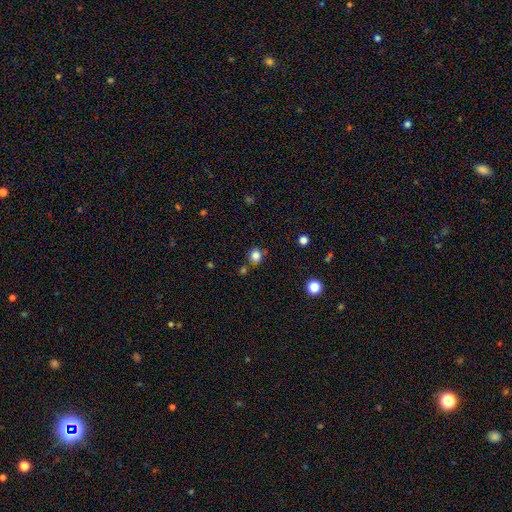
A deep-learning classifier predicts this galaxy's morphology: Smooth or featured?
  - smooth: 82% *
  - star or artifact: 13%
  - featured or disk: 5%
How rounded?
  - round: 86% *
  - in between: 13%
  - cigar-shaped: 1%
Merging?
  - none: 79% *
  - minor disturbance: 11%
  - merger: 7%
  - major disturbance: 3%